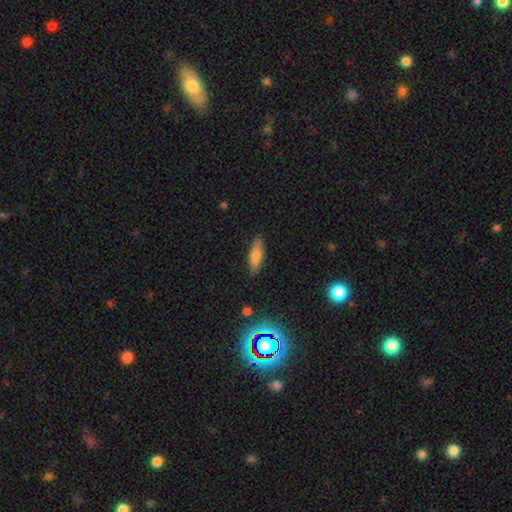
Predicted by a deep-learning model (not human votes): Q: Smooth or featured?
A: smooth (75%); runner-up: featured or disk (16%)
Q: How rounded?
A: in between (55%); runner-up: cigar-shaped (43%)
Q: Merging?
A: none (86%); runner-up: minor disturbance (11%)